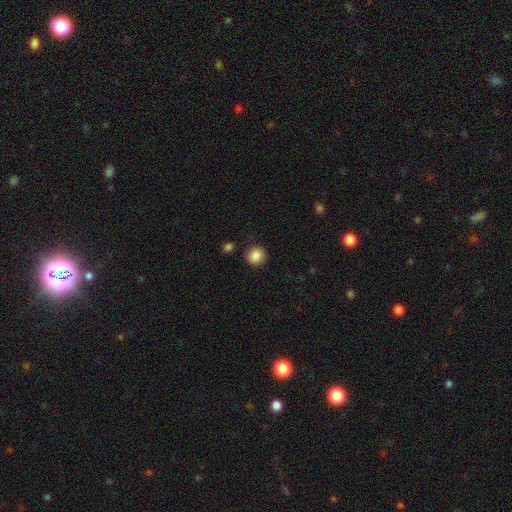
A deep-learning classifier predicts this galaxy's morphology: type=smooth (87%); roundness=round (90%); merging=none (88%).